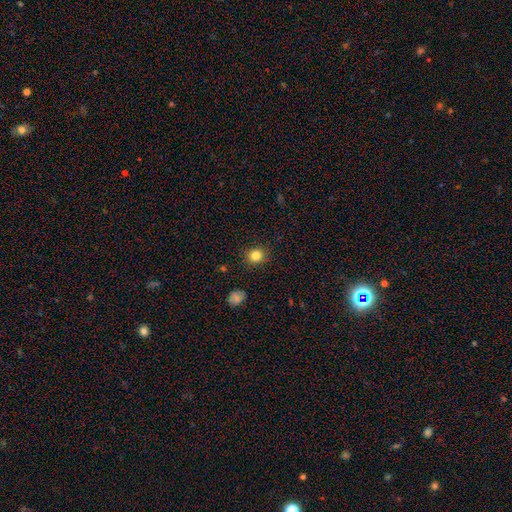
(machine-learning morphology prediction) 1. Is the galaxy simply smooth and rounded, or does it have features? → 83% smooth, 12% star or artifact, 5% featured or disk.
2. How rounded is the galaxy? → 83% round, 16% in between, 1% cigar-shaped.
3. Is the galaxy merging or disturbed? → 90% none, 7% minor disturbance, 2% major disturbance, 1% merger.